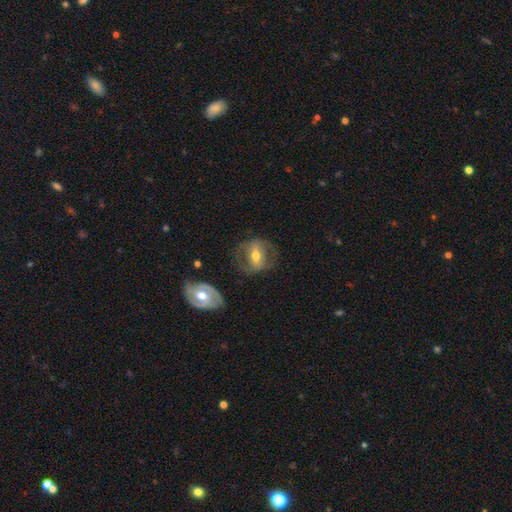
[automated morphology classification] type=featured or disk (61%); edge-on=no (90%); bar=strong (46%); spiral arms=yes (56%); bulge=moderate (71%); merging=none (62%).